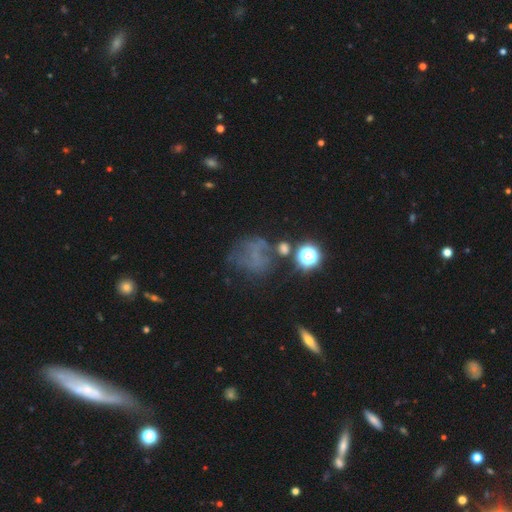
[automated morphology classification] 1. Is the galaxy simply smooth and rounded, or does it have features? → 36% smooth (tied), 36% featured or disk (tied), 28% star or artifact.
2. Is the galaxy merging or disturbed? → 46% none, 25% major disturbance, 21% minor disturbance, 8% merger.